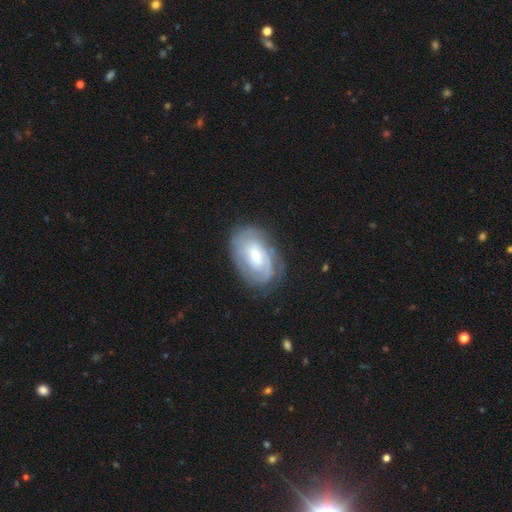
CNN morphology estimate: The model was most divided on "bulge size": small: 44%, moderate: 42%, large: 9%, none: 3%, dominant: 2%. Remaining: edge-on disk — no (96%); spiral arms — yes (89%); smooth or featured — featured or disk (74%); merging — none (73%); spiral winding — tight (69%); bar — no (54%); spiral arm count — can't tell (41%).